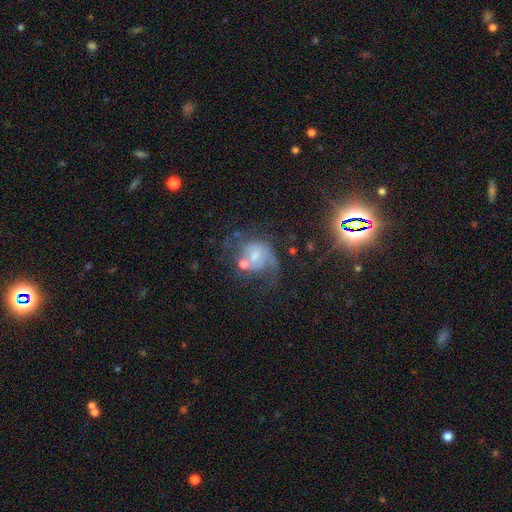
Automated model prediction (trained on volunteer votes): Smooth or featured? Predicted: featured or disk (p=0.58). Edge-on disk? Predicted: no (p=0.98). Bar? Predicted: no (p=0.62). Spiral arms? Predicted: yes (p=0.76). Bulge size? Predicted: moderate (p=0.43). Merging? Predicted: none (p=0.34).